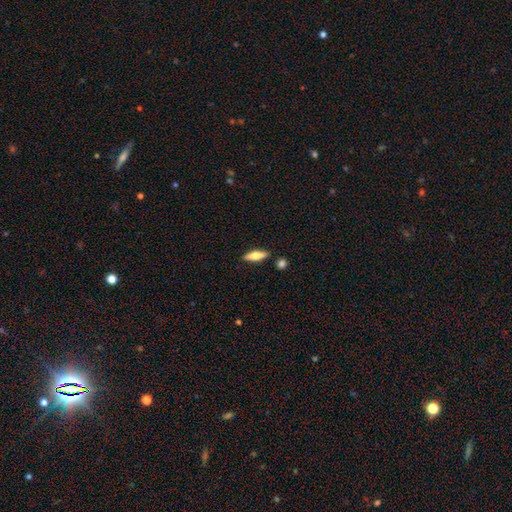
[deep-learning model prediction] A smooth galaxy with no disk features (61%) that is cigar-shaped (57%).

Vote fractions:
- Smooth or featured? smooth: 61% / featured or disk: 33% / star or artifact: 6%
- How rounded? cigar-shaped: 57% / in between: 40% / round: 3%
- Merging? none: 85% / minor disturbance: 9% / merger: 4% / major disturbance: 2%